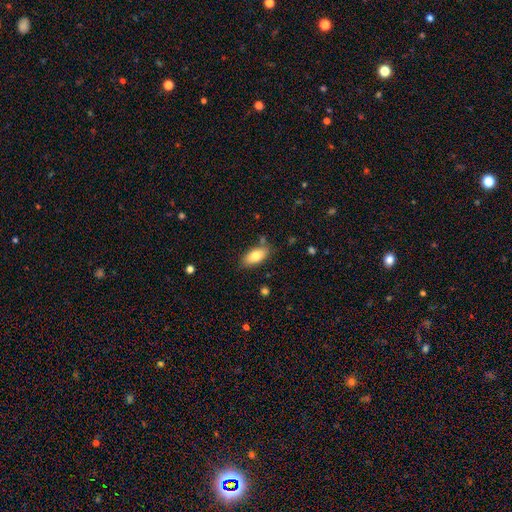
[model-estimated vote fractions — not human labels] smooth_or_featured: smooth (p=0.79) [alt: featured or disk p=0.14]
how_rounded: in between (p=0.89) [alt: cigar-shaped p=0.09]
merging: none (p=0.79) [alt: minor disturbance p=0.14]